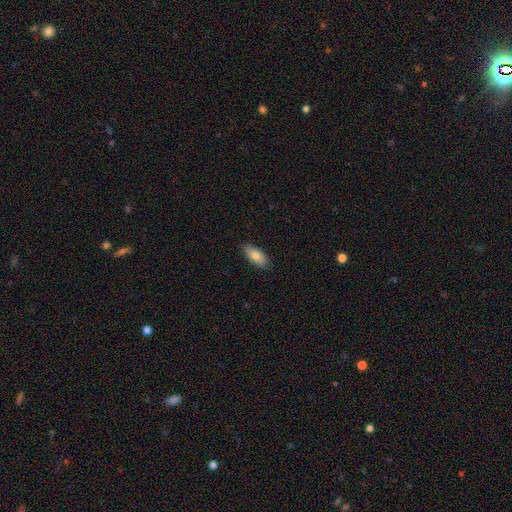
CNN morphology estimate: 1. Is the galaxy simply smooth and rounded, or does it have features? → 83% smooth, 11% featured or disk, 6% star or artifact.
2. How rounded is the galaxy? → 84% in between, 14% cigar-shaped, 2% round.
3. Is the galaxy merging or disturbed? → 86% none, 11% minor disturbance, 2% major disturbance, 1% merger.